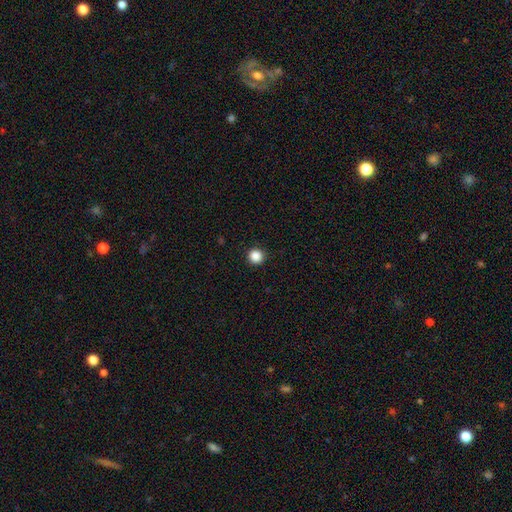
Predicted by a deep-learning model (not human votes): This is clearly a smooth galaxy (87%). How rounded: clearly round (96%). Merging: clearly none (93%).